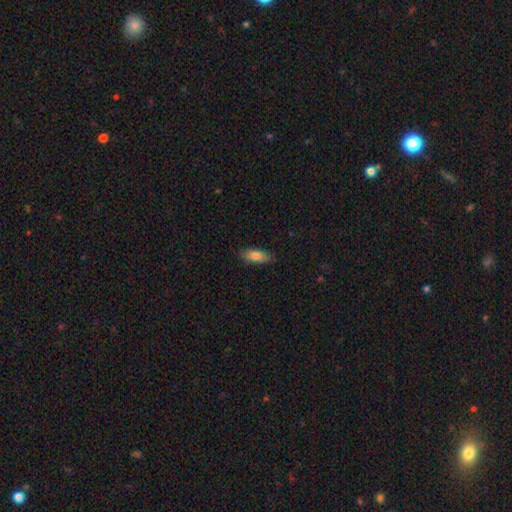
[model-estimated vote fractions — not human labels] smooth-or-featured: smooth: 82% | featured or disk: 12% | star or artifact: 7%
  how-rounded: in between: 76% | cigar-shaped: 21% | round: 2%
  merging: none: 86% | minor disturbance: 11% | major disturbance: 2% | merger: 1%